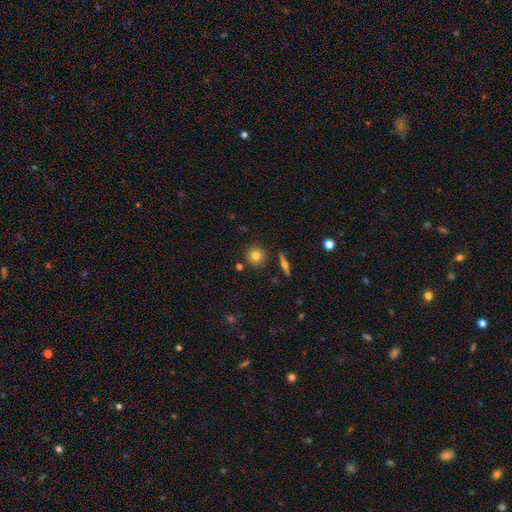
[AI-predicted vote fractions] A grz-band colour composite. It shows a smooth galaxy with no disk features (77%) that is round (92%). Merging: none (86%).